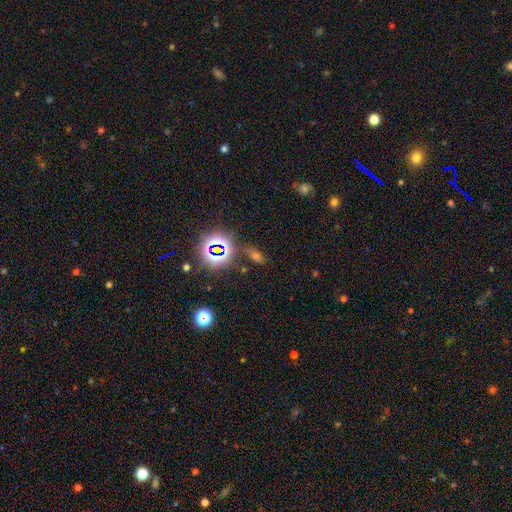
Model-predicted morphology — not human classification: The model was most divided on "smooth or featured": star or artifact: 48%, smooth: 40%, featured or disk: 13%.